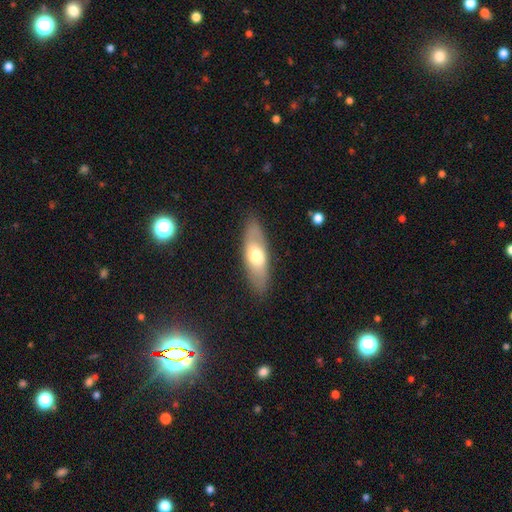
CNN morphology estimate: Smooth or featured: smooth — 59% (featured or disk — 35%)
How rounded: in between — 65% (cigar-shaped — 32%)
Merging: none — 85% (minor disturbance — 11%)